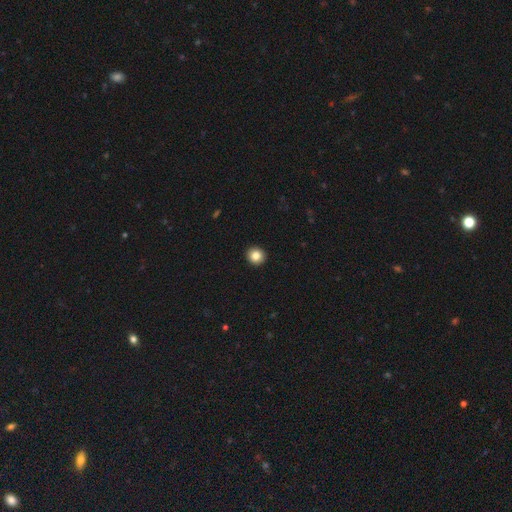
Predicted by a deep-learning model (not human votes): Smooth or featured?
  - smooth: 85% *
  - star or artifact: 10%
  - featured or disk: 5%
How rounded?
  - round: 90% *
  - in between: 9%
  - cigar-shaped: 1%
Merging?
  - none: 93% *
  - minor disturbance: 4%
  - major disturbance: 1%
  - merger: 1%